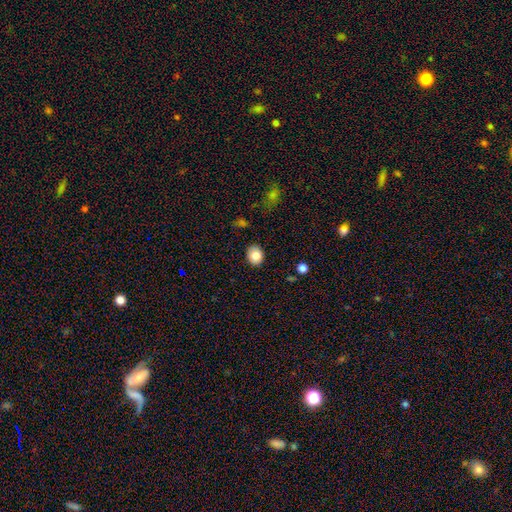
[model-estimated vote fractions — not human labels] smooth 83%, star or artifact 9%, featured or disk 8%. Down the decision tree: how rounded — round (50%); merging — none (89%).